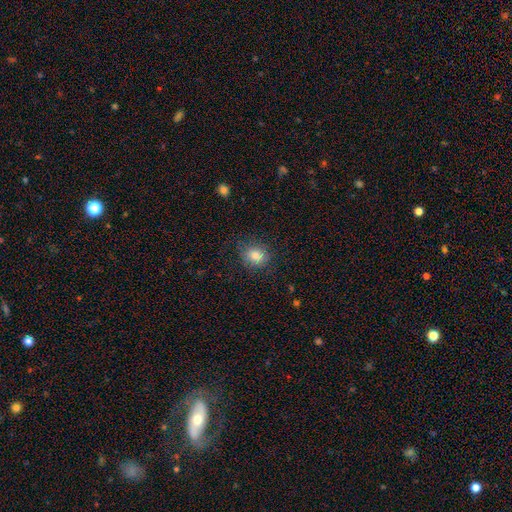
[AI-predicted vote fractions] smooth_or_featured: smooth (p=0.81) [alt: star or artifact p=0.11]
how_rounded: round (p=0.71) [alt: in between p=0.28]
merging: none (p=0.81) [alt: minor disturbance p=0.14]